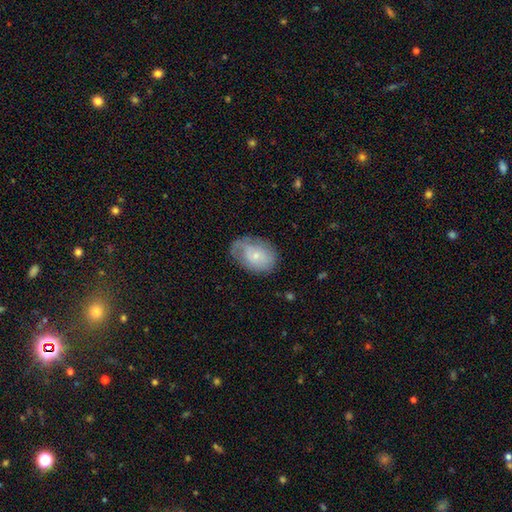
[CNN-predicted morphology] Smooth or featured? Predicted: smooth (p=0.50). How rounded? Predicted: in between (p=0.78). Merging? Predicted: none (p=0.56).